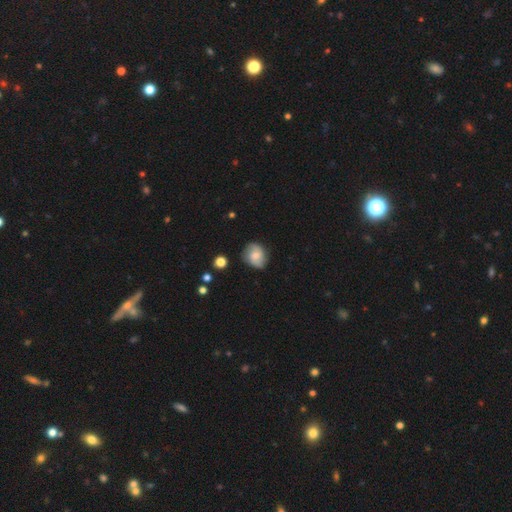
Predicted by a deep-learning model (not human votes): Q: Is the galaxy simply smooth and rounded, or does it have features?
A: smooth — 48%.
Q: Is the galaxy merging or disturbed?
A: none — 78%.